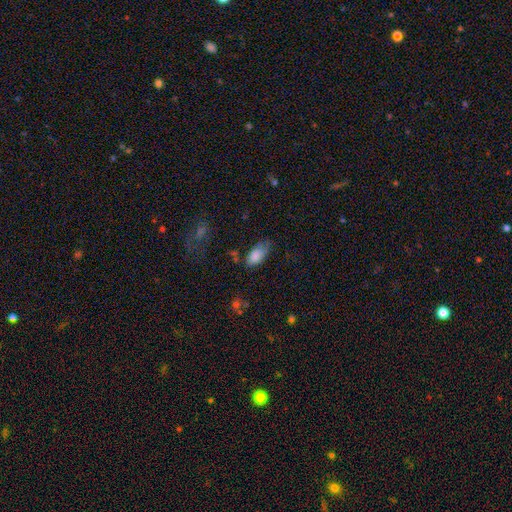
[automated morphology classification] This appears to be a smooth galaxy with no disk features (83%) that is in between round and cigar-shaped (91%). Merging: none (52%).